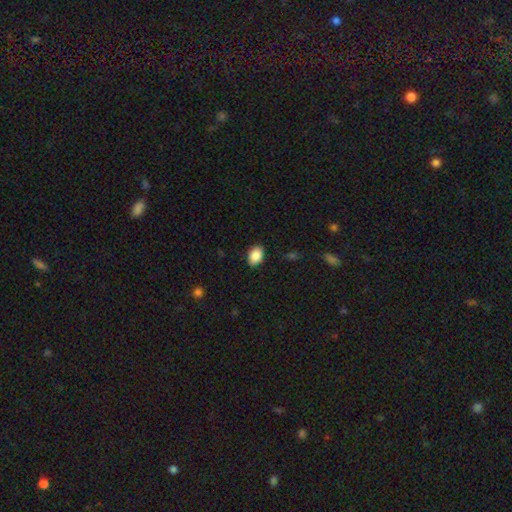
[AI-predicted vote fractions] Smooth or featured? Predicted: smooth (p=0.88). How rounded? Predicted: in between (p=0.83). Merging? Predicted: none (p=0.86).